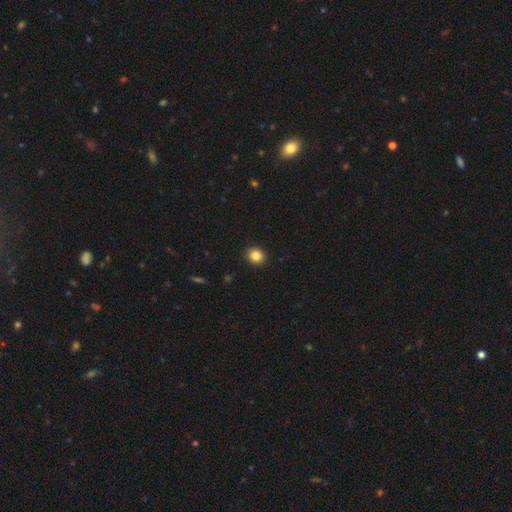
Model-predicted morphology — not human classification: Smooth or featured: smooth — 84% (star or artifact — 10%)
How rounded: round — 82% (in between — 17%)
Merging: none — 93% (minor disturbance — 5%)